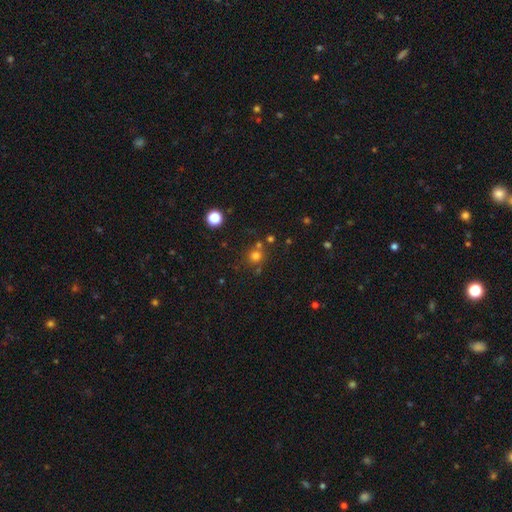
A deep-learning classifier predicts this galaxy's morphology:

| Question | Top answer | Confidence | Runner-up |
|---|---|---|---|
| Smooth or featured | smooth | 73% | star or artifact (19%) |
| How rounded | round | 91% | in between (8%) |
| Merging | none | 69% | merger (18%) |